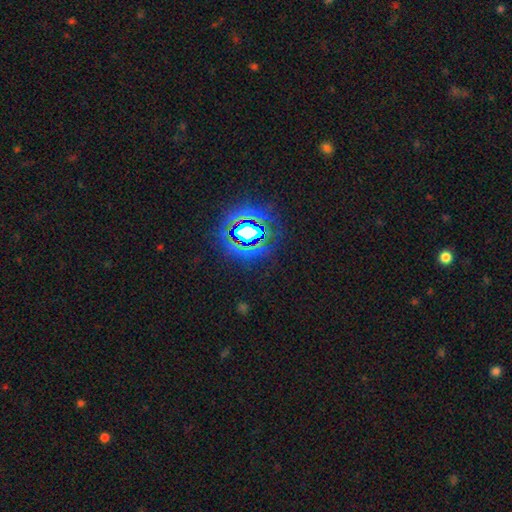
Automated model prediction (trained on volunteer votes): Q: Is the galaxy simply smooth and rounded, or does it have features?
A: star or artifact — 80%.